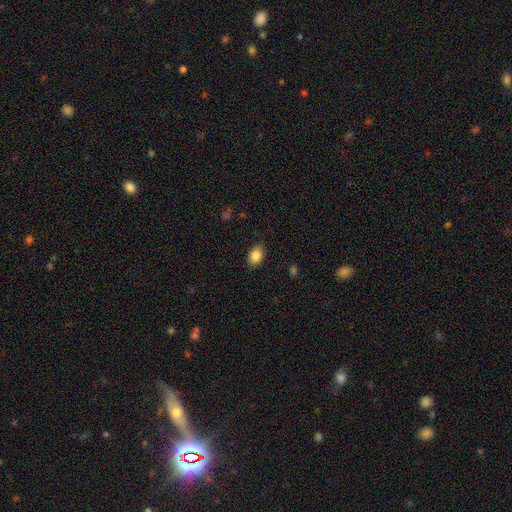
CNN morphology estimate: Overall: smooth (86%). How rounded: in between (80%). Merging: none (87%).